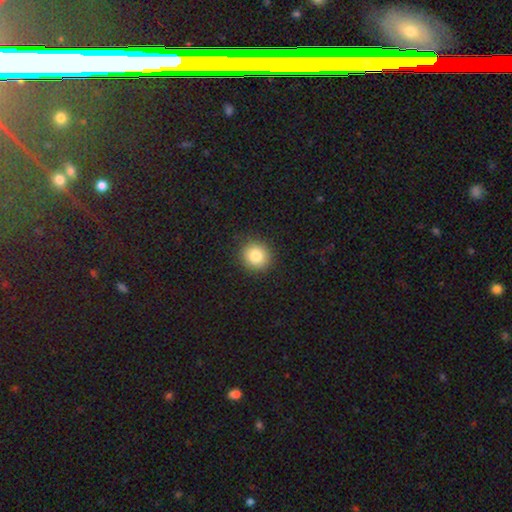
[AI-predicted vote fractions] smooth_or_featured: smooth (p=0.82) [alt: star or artifact p=0.10]
how_rounded: round (p=0.90) [alt: in between p=0.10]
merging: none (p=0.91) [alt: minor disturbance p=0.06]